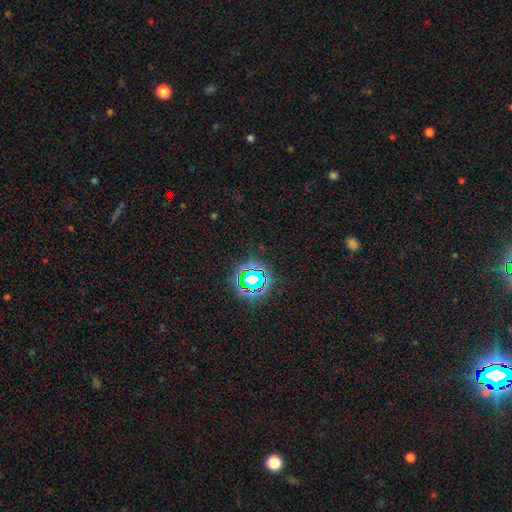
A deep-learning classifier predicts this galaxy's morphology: Q: Smooth or featured?
A: star or artifact (77%); runner-up: smooth (15%)